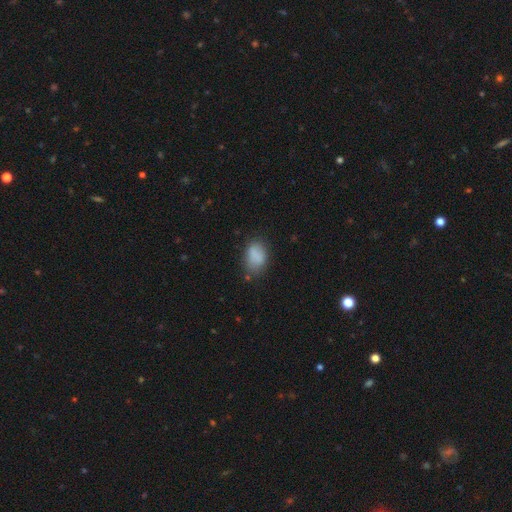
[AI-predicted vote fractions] Smooth or featured? Predicted: smooth (p=0.82). How rounded? Predicted: in between (p=0.82). Merging? Predicted: none (p=0.65).